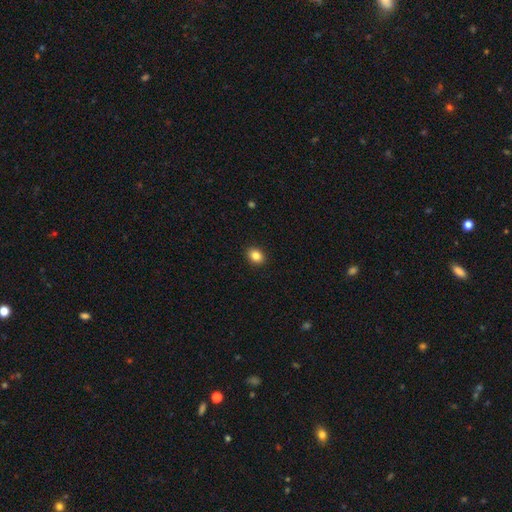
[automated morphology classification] Smooth or featured: smooth — 85% (star or artifact — 10%)
How rounded: in between — 51% (round — 48%)
Merging: none — 91% (minor disturbance — 6%)